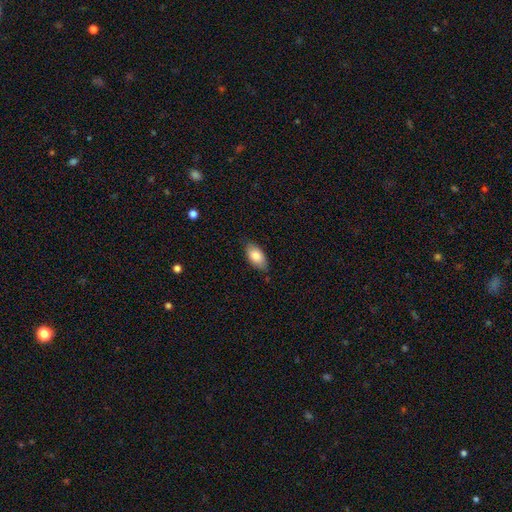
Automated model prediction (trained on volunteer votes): Morphology: type=smooth (83%); roundness=in between (93%); merging=none (81%).